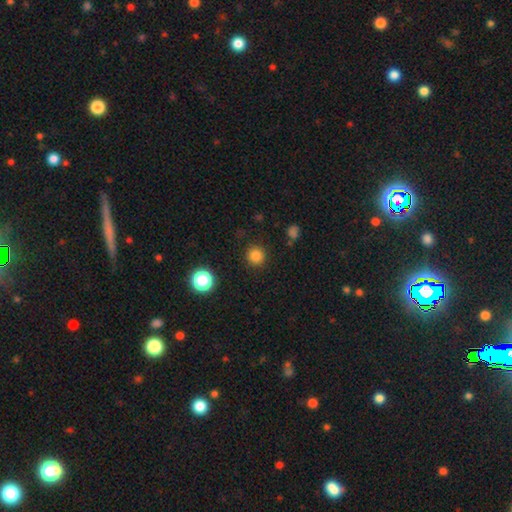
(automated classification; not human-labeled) Smooth or featured: smooth — 83% (star or artifact — 13%)
How rounded: round — 95% (in between — 4%)
Merging: none — 90% (minor disturbance — 6%)